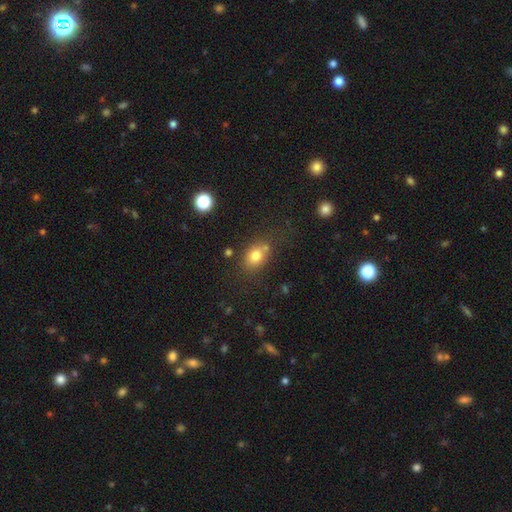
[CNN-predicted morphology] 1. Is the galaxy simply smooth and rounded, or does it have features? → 76% smooth, 12% star or artifact, 11% featured or disk.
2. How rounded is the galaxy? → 61% in between, 38% round, 2% cigar-shaped.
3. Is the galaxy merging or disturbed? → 62% none, 17% minor disturbance, 15% merger, 6% major disturbance.